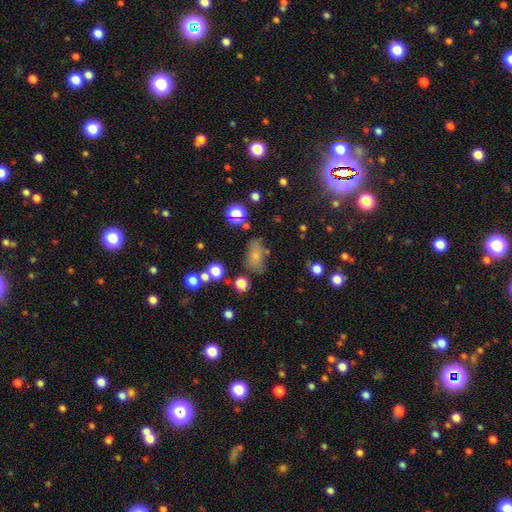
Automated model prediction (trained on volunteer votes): Morphology: type=smooth (72%); roundness=in between (83%); merging=none (62%).